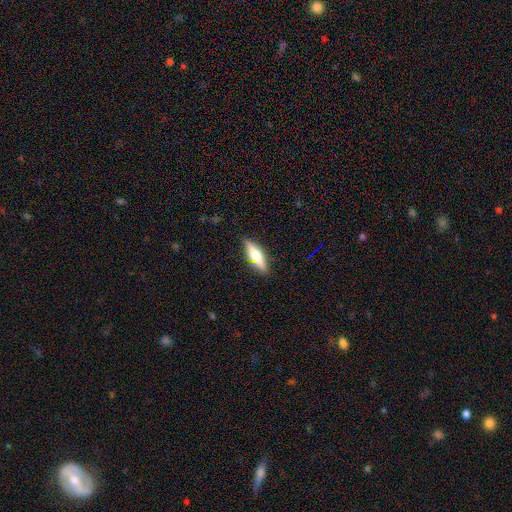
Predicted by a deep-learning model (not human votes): smooth-or-featured: smooth: 54% | featured or disk: 39% | star or artifact: 7%
  how-rounded: cigar-shaped: 59% | in between: 38% | round: 2%
  merging: none: 85% | minor disturbance: 11% | major disturbance: 2% | merger: 2%